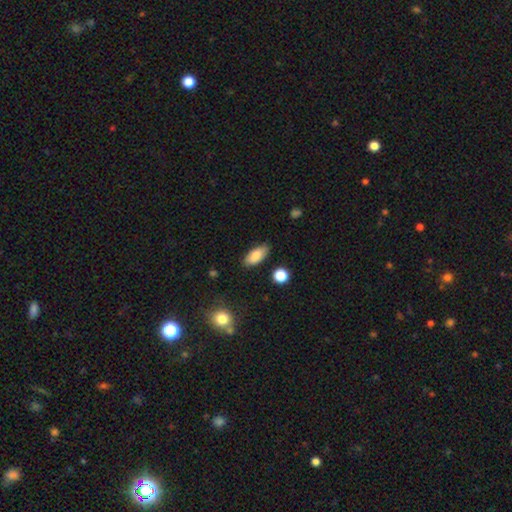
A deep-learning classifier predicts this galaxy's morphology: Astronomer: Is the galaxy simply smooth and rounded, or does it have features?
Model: smooth — 84%.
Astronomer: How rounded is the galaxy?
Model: in between — 85%.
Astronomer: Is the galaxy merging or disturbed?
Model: none — 83%.